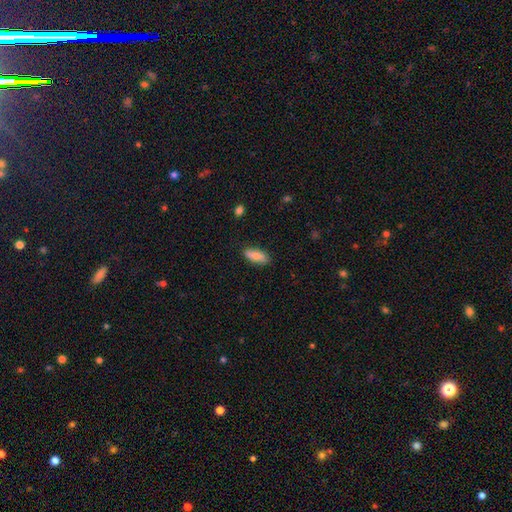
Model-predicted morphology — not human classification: smooth-or-featured: smooth: 78% | featured or disk: 15% | star or artifact: 6%
  how-rounded: in between: 73% | cigar-shaped: 25% | round: 2%
  merging: none: 84% | minor disturbance: 12% | major disturbance: 2% | merger: 1%